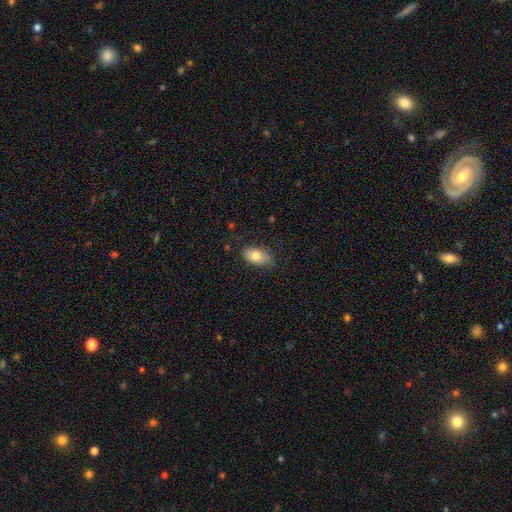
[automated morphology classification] Overall: smooth (77%). How rounded: in between (91%). Merging: none (76%).